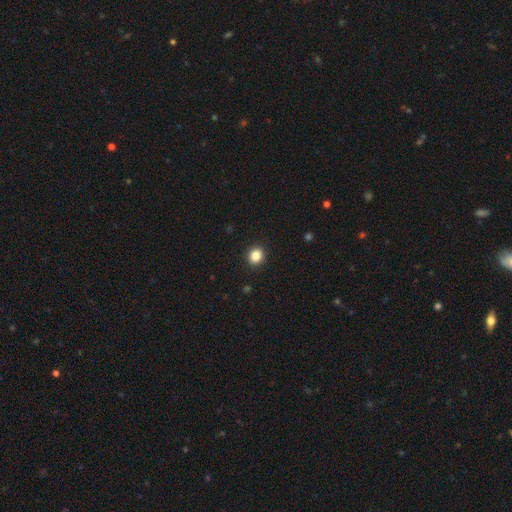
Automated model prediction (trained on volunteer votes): Smooth or featured? Predicted: smooth (p=0.86). How rounded? Predicted: round (p=0.78). Merging? Predicted: none (p=0.92).